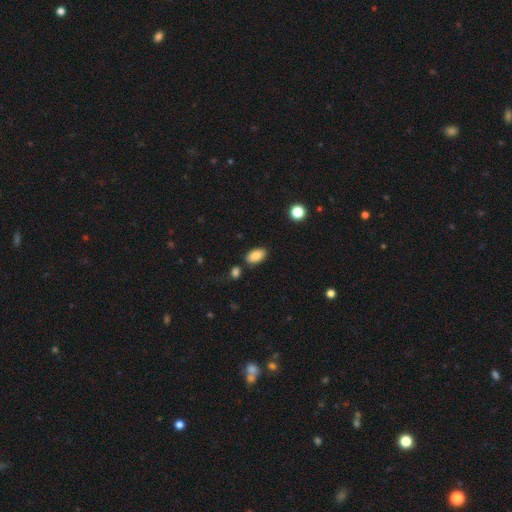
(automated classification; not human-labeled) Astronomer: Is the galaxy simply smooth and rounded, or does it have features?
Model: smooth — 87%.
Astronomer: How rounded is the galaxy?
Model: in between — 93%.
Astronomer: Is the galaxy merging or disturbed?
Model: none — 81%.